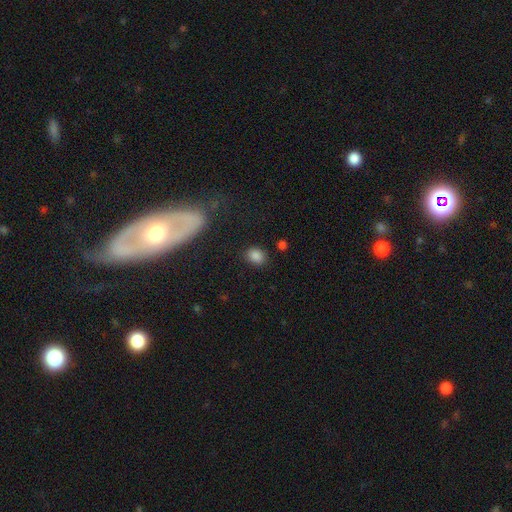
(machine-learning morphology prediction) A smooth galaxy with no disk features (83%) that is in between round and cigar-shaped (54%).

Vote fractions:
- Smooth or featured? smooth: 83% / star or artifact: 12% / featured or disk: 5%
- How rounded? in between: 54% / round: 45% / cigar-shaped: 1%
- Merging? none: 83% / minor disturbance: 11% / major disturbance: 3% / merger: 3%